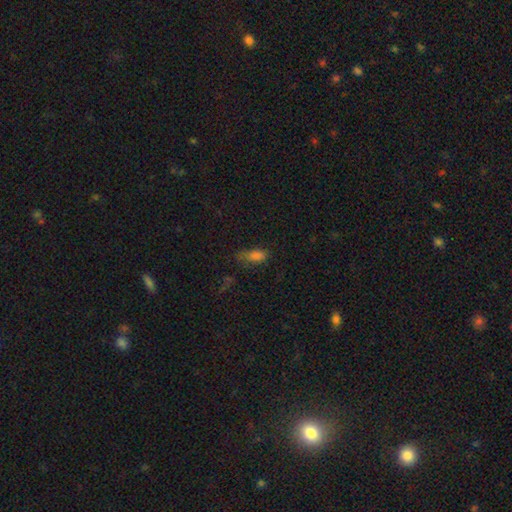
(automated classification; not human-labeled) smooth-or-featured: smooth: 71% | star or artifact: 20% | featured or disk: 9%
  how-rounded: in between: 78% | cigar-shaped: 16% | round: 6%
  merging: none: 46% | minor disturbance: 30% | major disturbance: 19% | merger: 5%